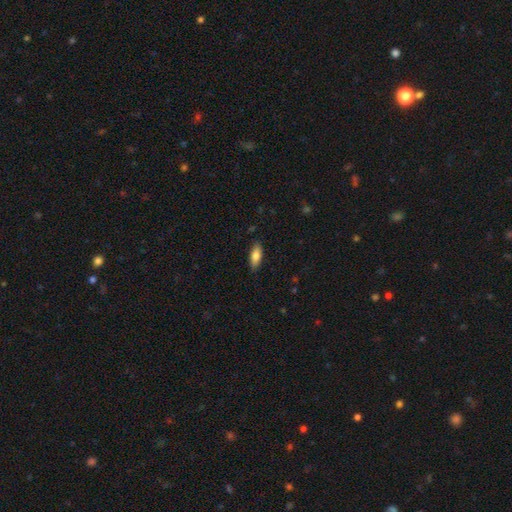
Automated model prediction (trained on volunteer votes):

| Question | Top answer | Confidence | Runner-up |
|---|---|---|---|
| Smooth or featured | smooth | 81% | featured or disk (13%) |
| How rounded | in between | 73% | cigar-shaped (25%) |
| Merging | none | 86% | minor disturbance (11%) |